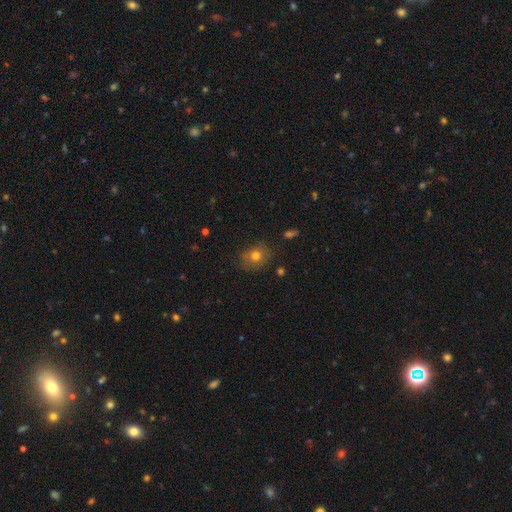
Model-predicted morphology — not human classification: Smooth or featured: smooth — 76% (featured or disk — 13%)
How rounded: round — 66% (in between — 33%)
Merging: none — 77% (minor disturbance — 17%)